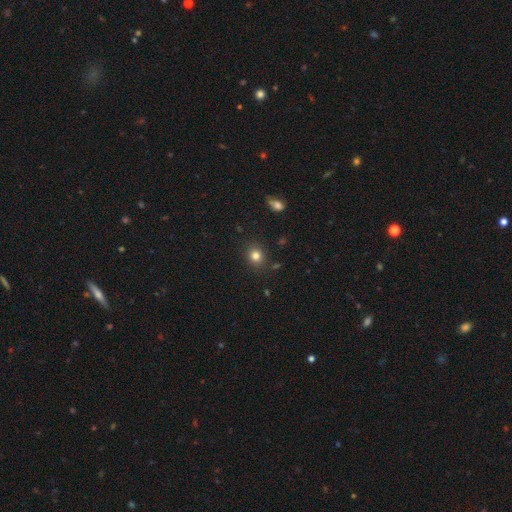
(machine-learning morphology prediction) The model was most divided on "how rounded": round: 72%, in between: 27%, cigar-shaped: 1%. More confident: merging — none (86%); smooth or featured — smooth (81%).